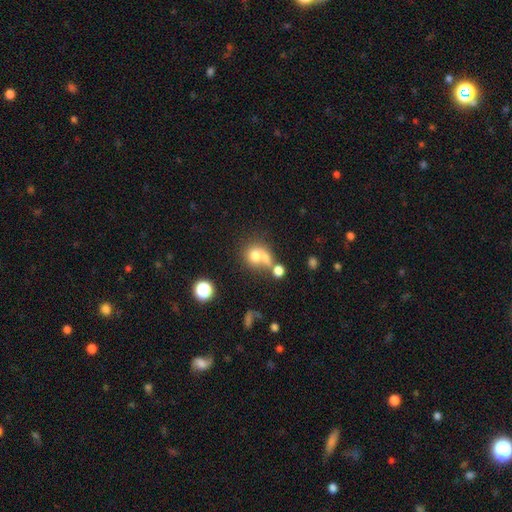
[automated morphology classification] type=smooth (69%); roundness=round (75%); merging=merger (51%).